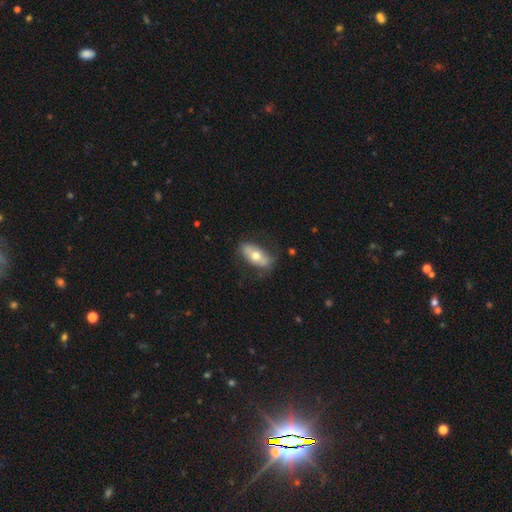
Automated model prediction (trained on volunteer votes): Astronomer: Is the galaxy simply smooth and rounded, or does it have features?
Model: smooth — 56% (runner-up: featured or disk, 38%).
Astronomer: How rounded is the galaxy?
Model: in between — 83%.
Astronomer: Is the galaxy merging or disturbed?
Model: none — 72%.